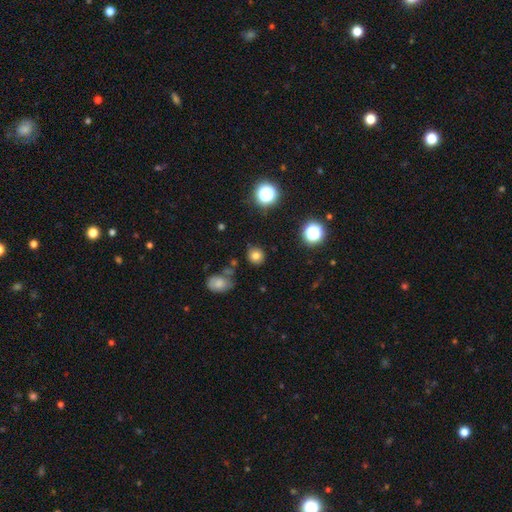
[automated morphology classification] A smooth galaxy with no disk features (77%) that is round (87%). Merging: none (83%).